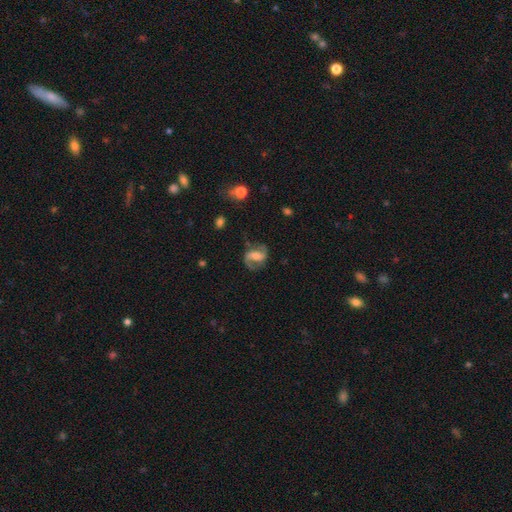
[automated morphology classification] featured or disk 78%, smooth 15%, star or artifact 7%. Down the decision tree: edge-on disk — no (97%); bar — weak (45%); spiral arms — yes (93%); spiral arm count — 2 (86%); spiral winding — medium (47%); bulge size — moderate (41%); merging — none (69%).